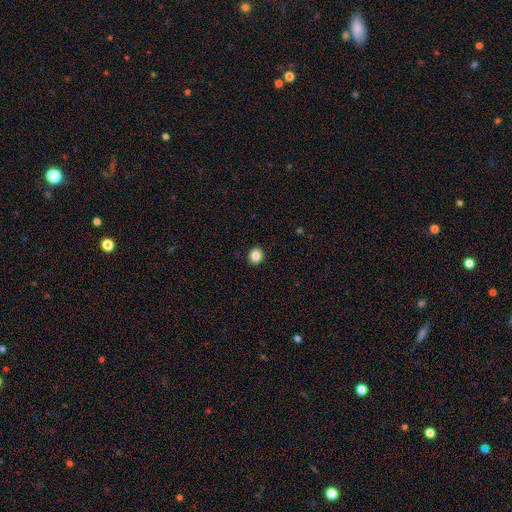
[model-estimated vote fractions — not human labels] Overall: smooth (85%). How rounded: round (76%). Merging: none (92%).